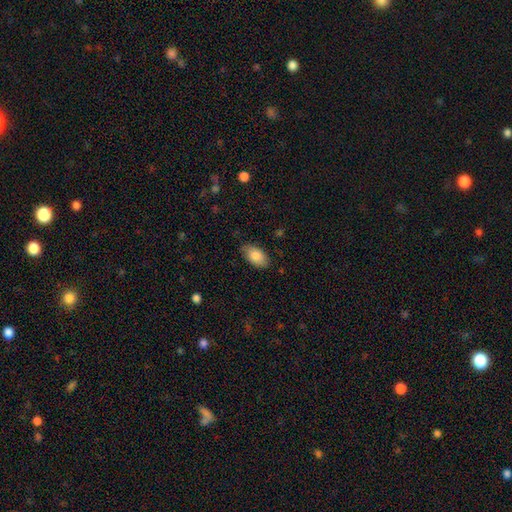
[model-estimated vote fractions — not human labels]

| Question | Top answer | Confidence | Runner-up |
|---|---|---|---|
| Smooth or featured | smooth | 85% | featured or disk (9%) |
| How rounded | in between | 94% | round (4%) |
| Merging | none | 80% | minor disturbance (16%) |